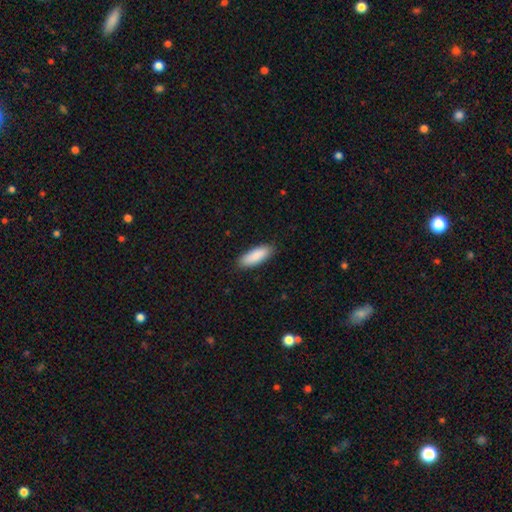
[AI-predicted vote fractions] The model was most divided on "how rounded": in between: 68%, cigar-shaped: 30%, round: 2%. More confident: smooth or featured — smooth (90%); merging — none (88%).